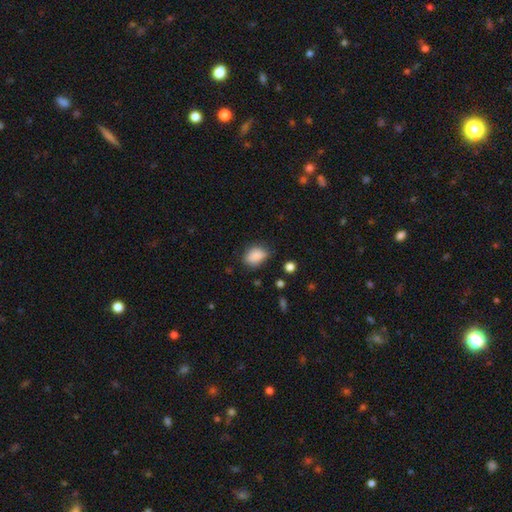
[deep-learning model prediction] Smooth or featured? smooth (87%)
How rounded? in between (76%)
Merging? none (69%)